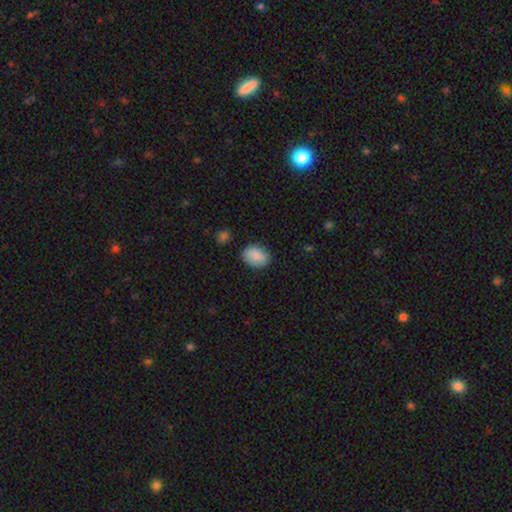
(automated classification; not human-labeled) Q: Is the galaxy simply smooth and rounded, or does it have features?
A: smooth — 87%.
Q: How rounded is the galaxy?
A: in between — 68%.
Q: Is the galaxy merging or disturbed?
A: none — 81%.